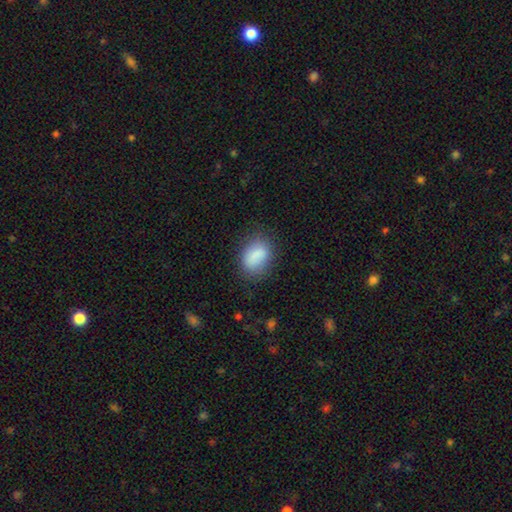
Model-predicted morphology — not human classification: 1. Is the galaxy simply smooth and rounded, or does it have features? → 82% smooth, 9% featured or disk, 8% star or artifact.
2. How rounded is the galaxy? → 75% in between, 23% round, 2% cigar-shaped.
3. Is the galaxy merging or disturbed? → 74% none, 18% minor disturbance, 6% major disturbance, 2% merger.